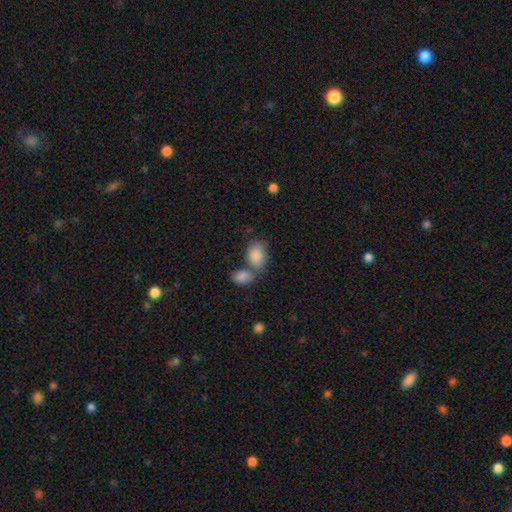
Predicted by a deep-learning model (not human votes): Smooth or featured? smooth (85%)
How rounded? in between (75%)
Merging? merger (45%)